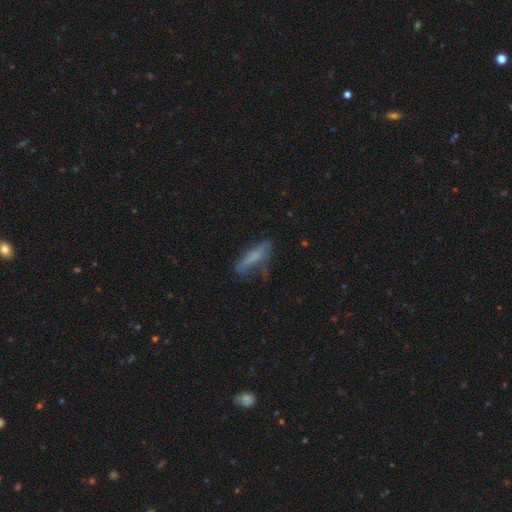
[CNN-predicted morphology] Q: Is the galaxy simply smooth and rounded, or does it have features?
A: smooth — 61%.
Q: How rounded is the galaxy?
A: cigar-shaped — 78%.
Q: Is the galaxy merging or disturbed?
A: none — 57%.